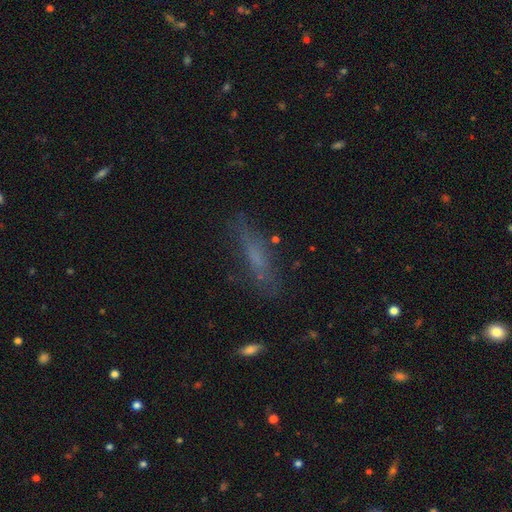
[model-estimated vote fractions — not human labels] Smooth or featured?
  - smooth: 53% *
  - featured or disk: 32%
  - star or artifact: 15%
How rounded?
  - cigar-shaped: 75% *
  - in between: 23%
  - round: 3%
Merging?
  - none: 72% *
  - minor disturbance: 18%
  - major disturbance: 8%
  - merger: 2%